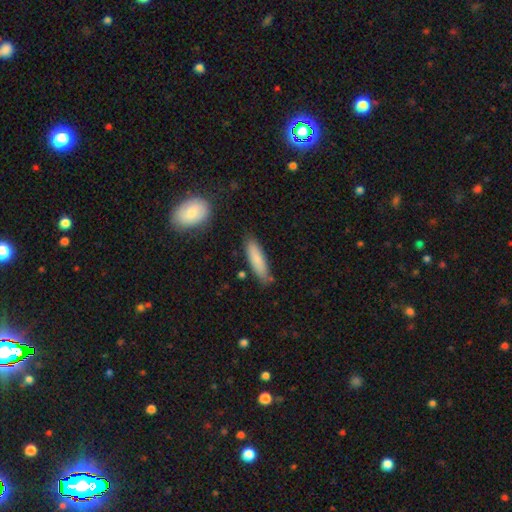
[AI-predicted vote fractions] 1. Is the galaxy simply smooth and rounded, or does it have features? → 81% smooth, 13% featured or disk, 6% star or artifact.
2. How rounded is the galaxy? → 70% cigar-shaped, 28% in between, 2% round.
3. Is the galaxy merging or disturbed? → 80% none, 14% minor disturbance, 3% merger, 3% major disturbance.